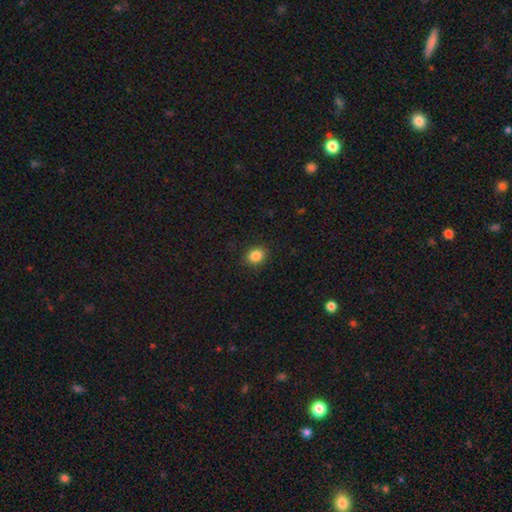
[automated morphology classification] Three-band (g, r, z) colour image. It shows a smooth galaxy with no disk features (86%) that is in between round and cigar-shaped (52%). Merging: none (88%).